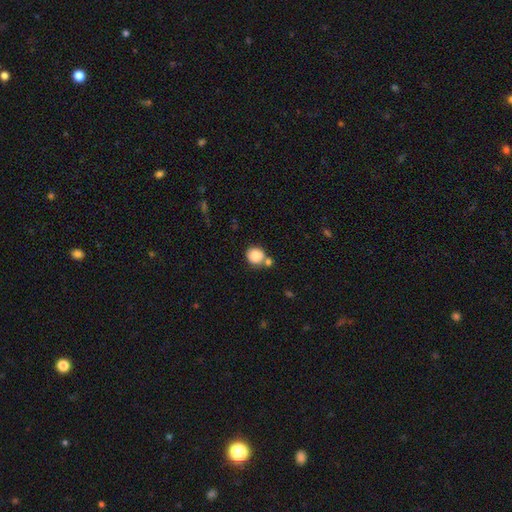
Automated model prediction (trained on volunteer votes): Smooth or featured? smooth (84%)
How rounded? round (85%)
Merging? none (57%)